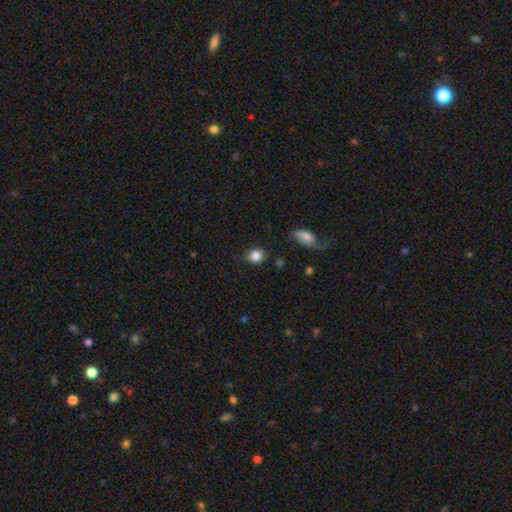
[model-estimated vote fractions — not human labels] The model was most divided on "how rounded": round: 71%, in between: 27%, cigar-shaped: 1%. More confident: smooth or featured — smooth (85%); merging — none (80%).